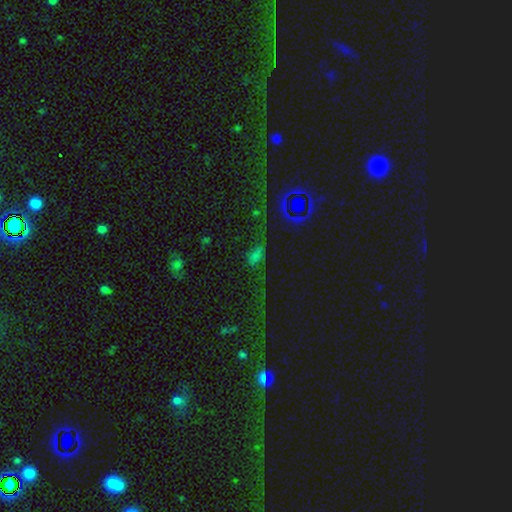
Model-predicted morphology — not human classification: A star or artifact, not a galaxy (43%).